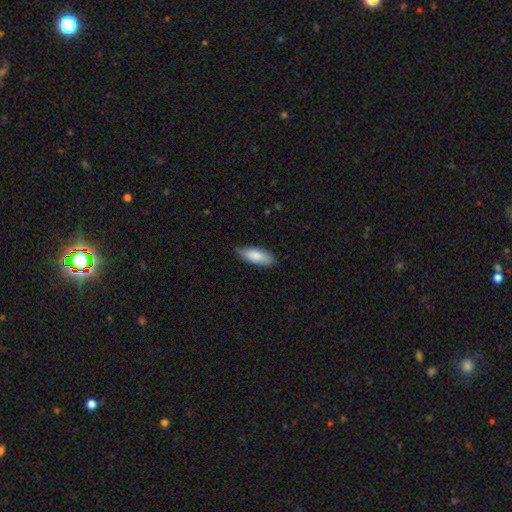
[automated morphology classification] The model was most divided on "merging": none: 76%, minor disturbance: 20%, major disturbance: 3%, merger: 1%. More confident: smooth or featured — smooth (84%); how rounded — in between (78%).